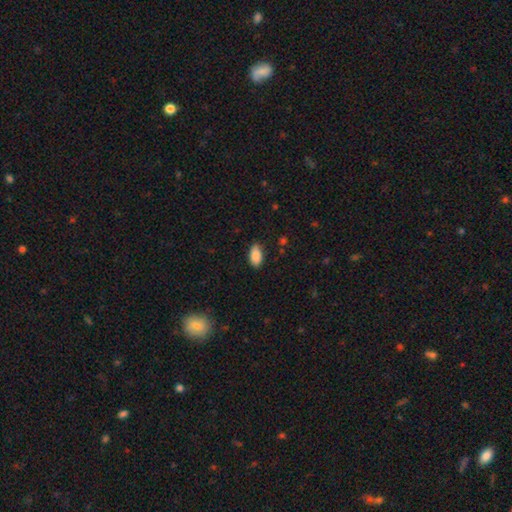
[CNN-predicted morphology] The model was most divided on "merging": none: 84%, minor disturbance: 13%, major disturbance: 2%, merger: 1%. More confident: how rounded — in between (94%); smooth or featured — smooth (88%).